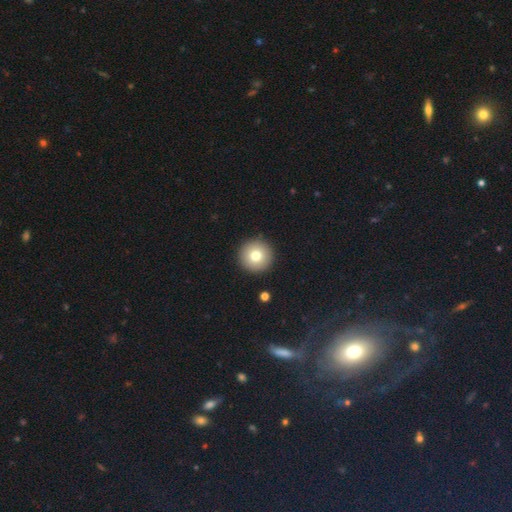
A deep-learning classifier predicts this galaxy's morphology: Smooth or featured: smooth — 77% (featured or disk — 13%)
How rounded: round — 96% (in between — 3%)
Merging: none — 93% (minor disturbance — 4%)